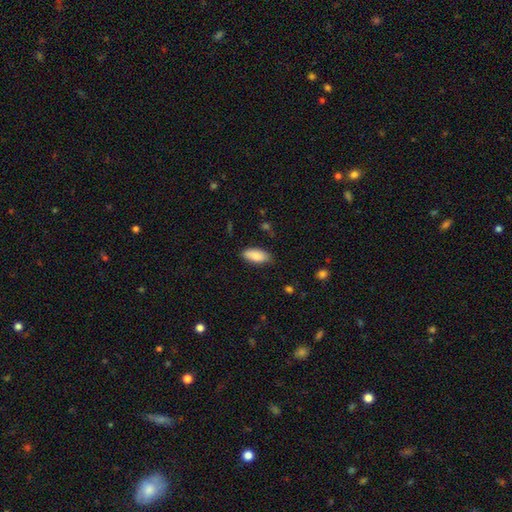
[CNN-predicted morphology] smooth_or_featured: smooth (p=0.86) [alt: featured or disk p=0.08]
how_rounded: in between (p=0.85) [alt: cigar-shaped p=0.13]
merging: none (p=0.80) [alt: minor disturbance p=0.16]